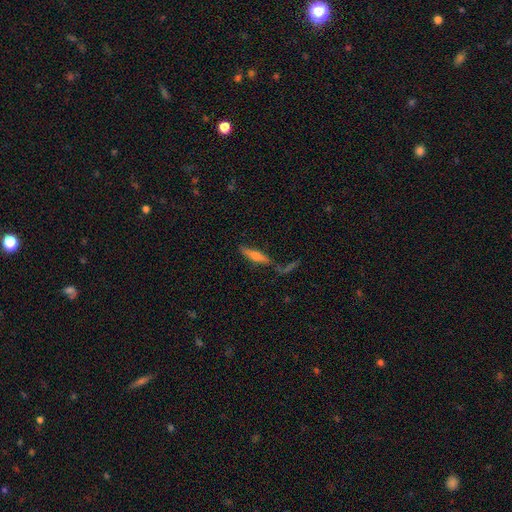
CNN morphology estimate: smooth_or_featured: featured or disk (p=0.48) [alt: smooth p=0.43]
merging: none (p=0.61) [alt: merger p=0.17]